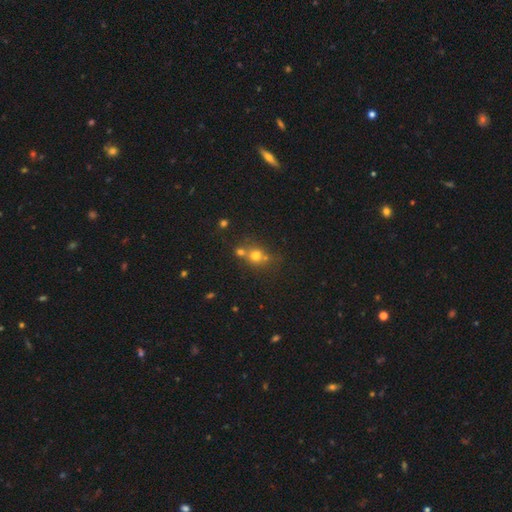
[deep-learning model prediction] The model was most divided on "merging": none: 50%, merger: 34%, minor disturbance: 11%, major disturbance: 5%. More confident: how rounded — round (79%); smooth or featured — smooth (65%).